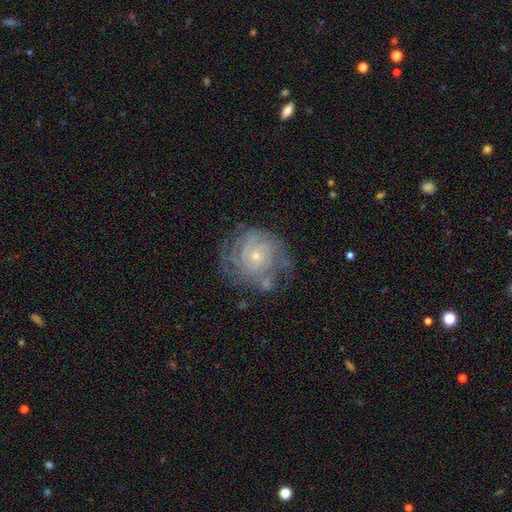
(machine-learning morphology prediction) Smooth or featured: featured or disk — 82% (smooth — 11%)
Edge-on disk: no — 97% (yes — 3%)
Bar: no — 77% (weak — 19%)
Spiral arms: yes — 94% (no — 6%)
Spiral winding: tight — 74% (medium — 21%)
Spiral arm count: can't tell — 37% (4 — 20%)
Bulge size: small — 77% (moderate — 19%)
Merging: none — 67% (minor disturbance — 19%)